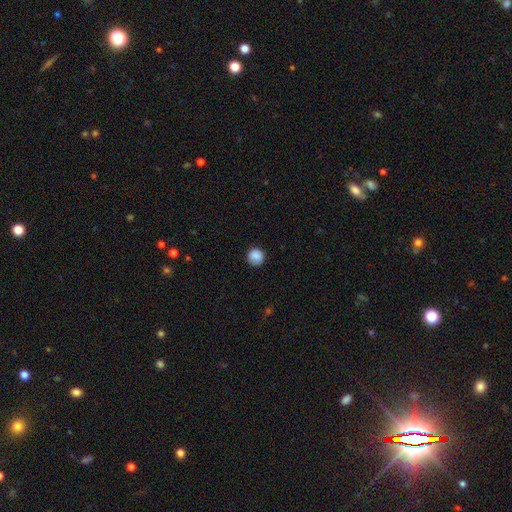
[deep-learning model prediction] Smooth or featured? smooth (87%)
How rounded? round (93%)
Merging? none (86%)